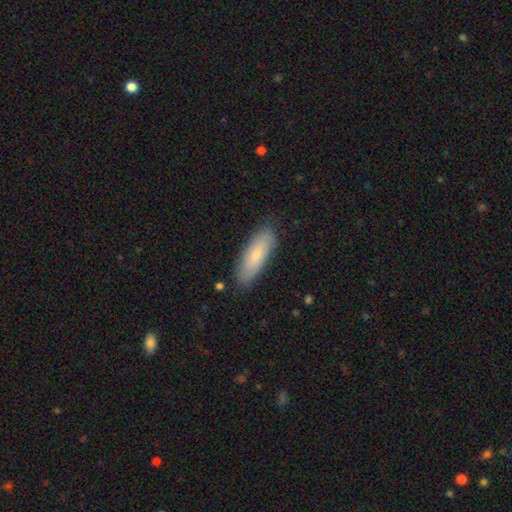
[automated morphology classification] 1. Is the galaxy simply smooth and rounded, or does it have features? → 74% smooth, 20% featured or disk, 6% star or artifact.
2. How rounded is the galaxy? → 57% in between, 41% cigar-shaped, 2% round.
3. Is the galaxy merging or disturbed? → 83% none, 13% minor disturbance, 3% major disturbance, 1% merger.